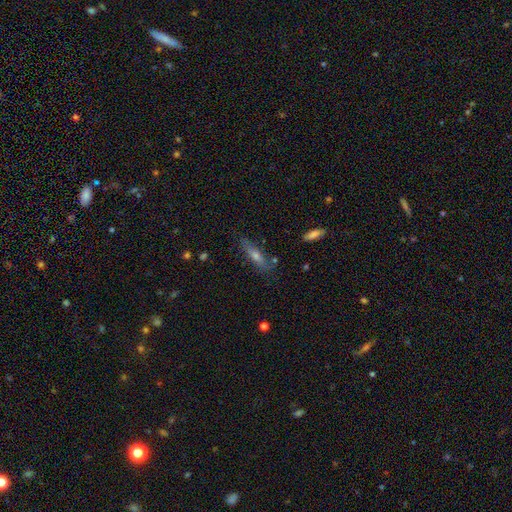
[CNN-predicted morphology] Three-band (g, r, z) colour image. It shows a featured or disk galaxy (46%). Merging: none (79%).